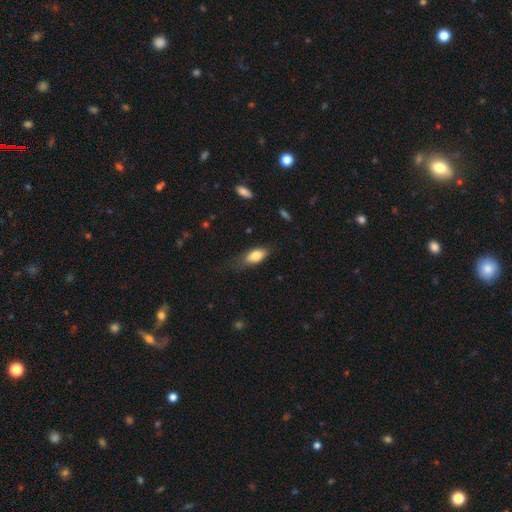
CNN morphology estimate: smooth_or_featured: smooth (p=0.79) [alt: featured or disk p=0.14]
how_rounded: in between (p=0.84) [alt: cigar-shaped p=0.13]
merging: none (p=0.63) [alt: minor disturbance p=0.27]